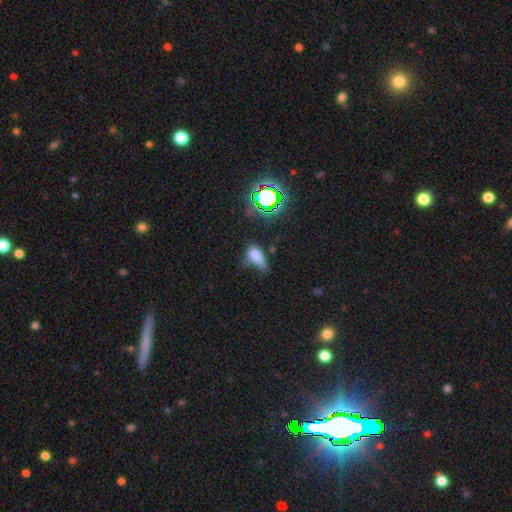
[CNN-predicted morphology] This is likely a smooth galaxy (66%). How rounded: likely in between (80%). Merging: marginally minor disturbance (34%).